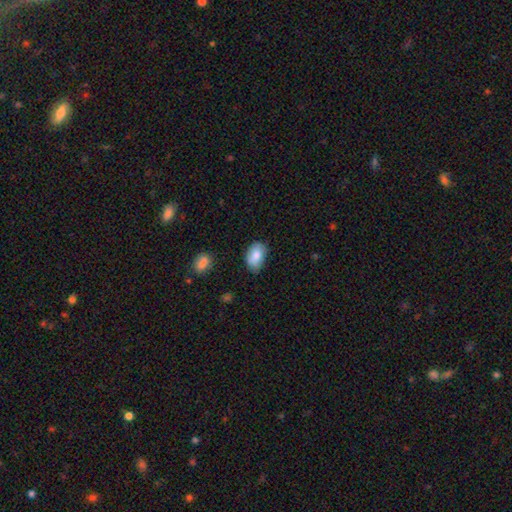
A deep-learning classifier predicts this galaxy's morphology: type=smooth (82%); roundness=in between (91%); merging=none (64%).